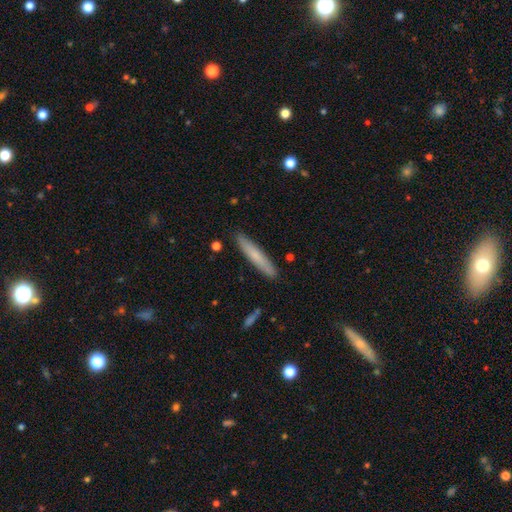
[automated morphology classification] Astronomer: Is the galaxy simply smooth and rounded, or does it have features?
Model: smooth — 70%.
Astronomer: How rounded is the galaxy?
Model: cigar-shaped — 94%.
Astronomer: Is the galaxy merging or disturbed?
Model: none — 89%.